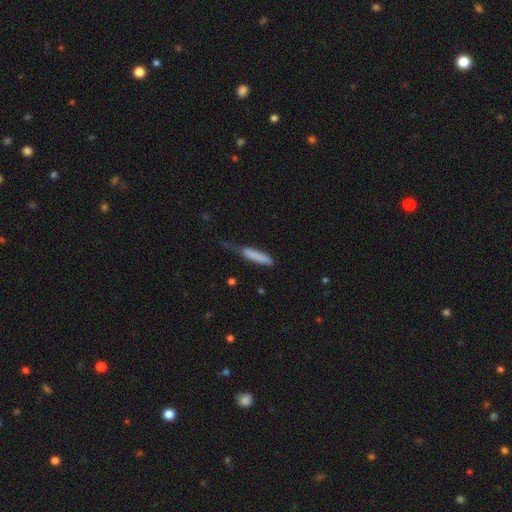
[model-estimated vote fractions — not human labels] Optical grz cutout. It shows a smooth galaxy with no disk features (77%) that is cigar-shaped (88%). Merging: minor disturbance (38%).